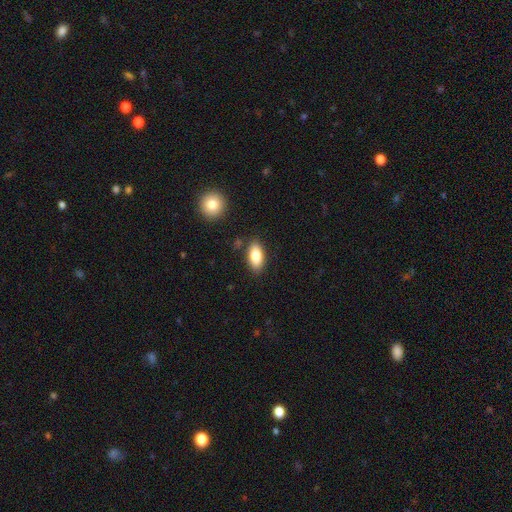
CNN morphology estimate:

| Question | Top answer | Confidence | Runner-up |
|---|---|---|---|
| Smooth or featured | smooth | 82% | featured or disk (11%) |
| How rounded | in between | 90% | cigar-shaped (7%) |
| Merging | none | 83% | minor disturbance (10%) |